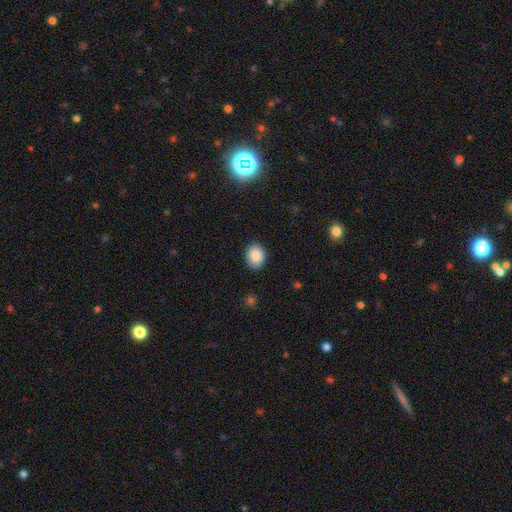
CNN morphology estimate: Smooth or featured: smooth — 87% (star or artifact — 8%)
How rounded: in between — 59% (round — 40%)
Merging: none — 87% (minor disturbance — 9%)